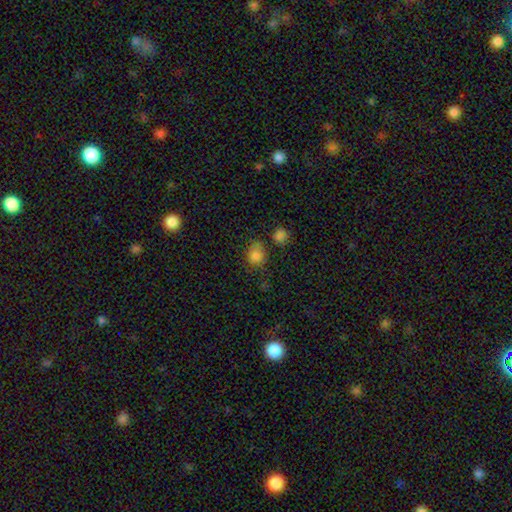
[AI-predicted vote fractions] Smooth or featured: smooth — 82% (star or artifact — 13%)
How rounded: round — 65% (in between — 34%)
Merging: none — 63% (minor disturbance — 22%)